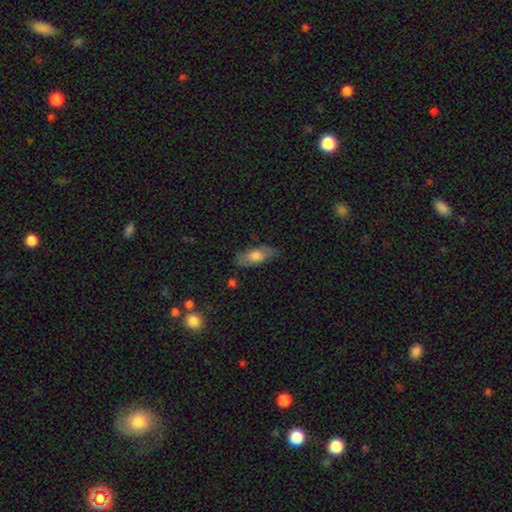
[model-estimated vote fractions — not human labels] smooth_or_featured: smooth (p=0.69) [alt: featured or disk p=0.24]
how_rounded: in between (p=0.74) [alt: cigar-shaped p=0.22]
merging: none (p=0.73) [alt: minor disturbance p=0.20]